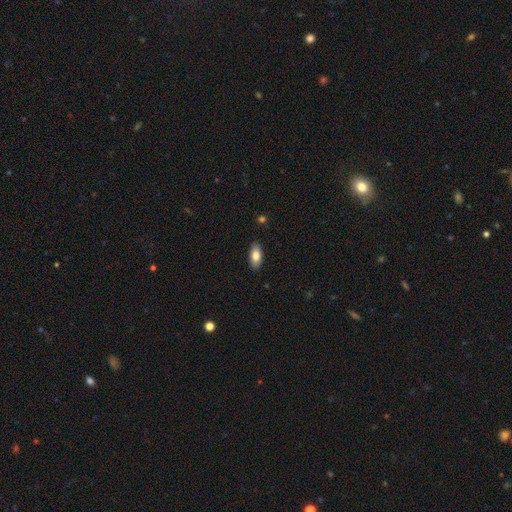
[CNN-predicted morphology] smooth 80%, featured or disk 14%, star or artifact 6%. Down the decision tree: how rounded — in between (86%); merging — none (89%).